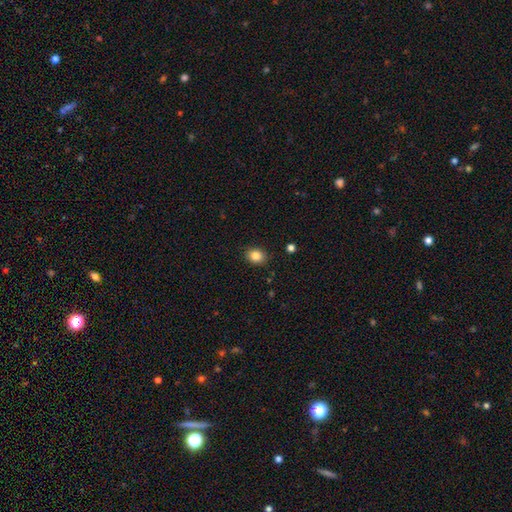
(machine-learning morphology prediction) smooth_or_featured: smooth (p=0.85) [alt: star or artifact p=0.10]
how_rounded: round (p=0.55) [alt: in between p=0.44]
merging: none (p=0.89) [alt: minor disturbance p=0.08]